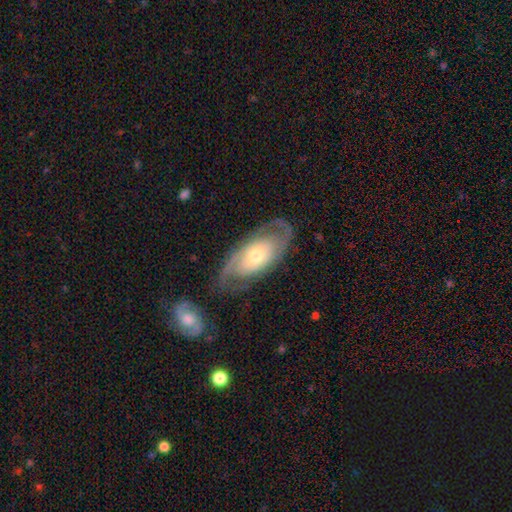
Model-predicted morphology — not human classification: Smooth or featured? featured or disk (76%)
Edge-on disk? no (91%)
Bar? no (79%)
Spiral arms? yes (81%)
Spiral winding? tight (50%)
Spiral arm count? 2 (69%)
Bulge size? moderate (61%)
Merging? none (73%)